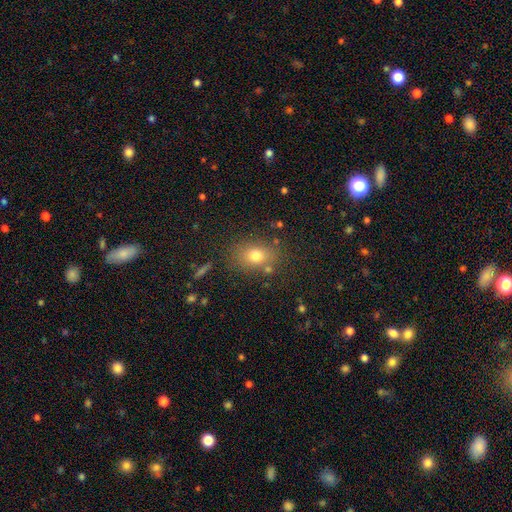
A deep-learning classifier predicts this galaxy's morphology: A smooth galaxy with no disk features (75%) that is in between round and cigar-shaped (63%).

Vote fractions:
- Smooth or featured? smooth: 75% / star or artifact: 14% / featured or disk: 11%
- How rounded? in between: 63% / round: 35% / cigar-shaped: 2%
- Merging? none: 79% / minor disturbance: 13% / merger: 5% / major disturbance: 4%